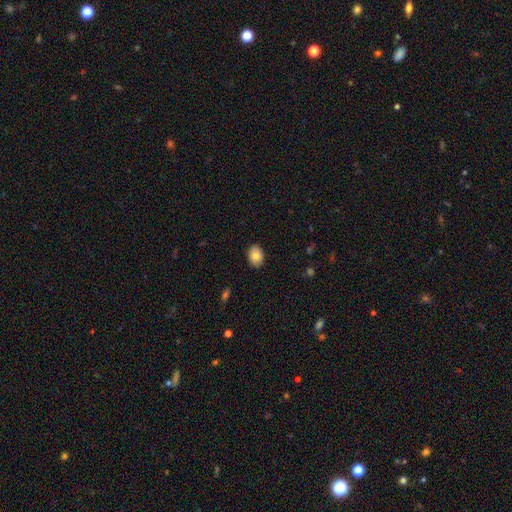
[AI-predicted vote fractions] Smooth or featured? Predicted: smooth (p=0.82). How rounded? Predicted: in between (p=0.79). Merging? Predicted: none (p=0.86).